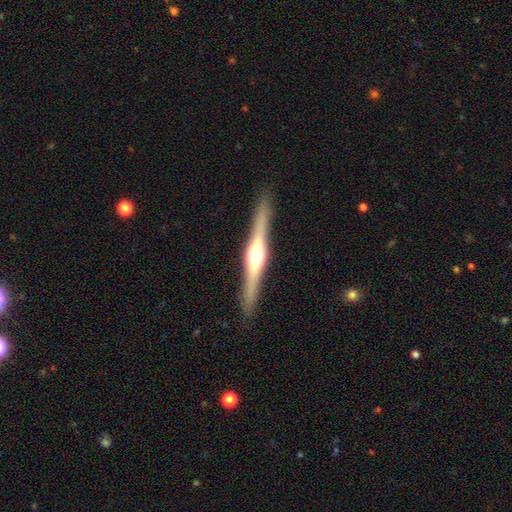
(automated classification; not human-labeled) Morphology: type=featured or disk (73%); edge-on=yes (97%); edge-on bulge=rounded (92%); merging=none (90%).